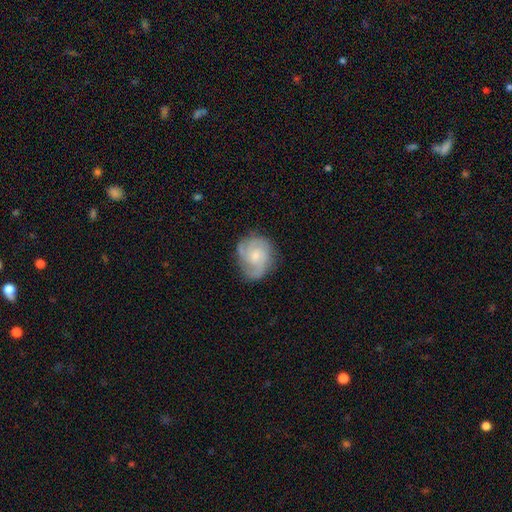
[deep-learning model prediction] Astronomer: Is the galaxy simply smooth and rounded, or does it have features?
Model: featured or disk — 81%.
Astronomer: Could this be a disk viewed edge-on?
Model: no — 98%.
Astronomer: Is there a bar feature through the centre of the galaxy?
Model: no — 69%.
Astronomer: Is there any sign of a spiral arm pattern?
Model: yes — 97%.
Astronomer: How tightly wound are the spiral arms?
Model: tight — 47% (runner-up: medium, 43%).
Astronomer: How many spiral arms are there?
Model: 3 — 47% (runner-up: 2, 23%).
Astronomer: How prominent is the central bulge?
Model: small — 58% (runner-up: moderate, 35%).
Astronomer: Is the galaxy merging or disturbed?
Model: none — 74%.